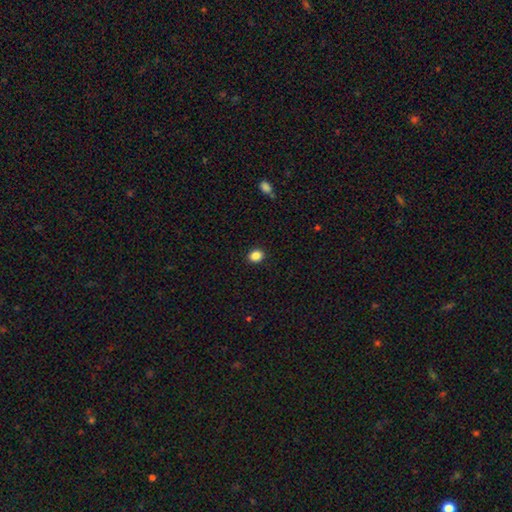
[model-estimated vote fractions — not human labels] Smooth or featured? Predicted: smooth (p=0.87). How rounded? Predicted: round (p=0.56). Merging? Predicted: none (p=0.91).